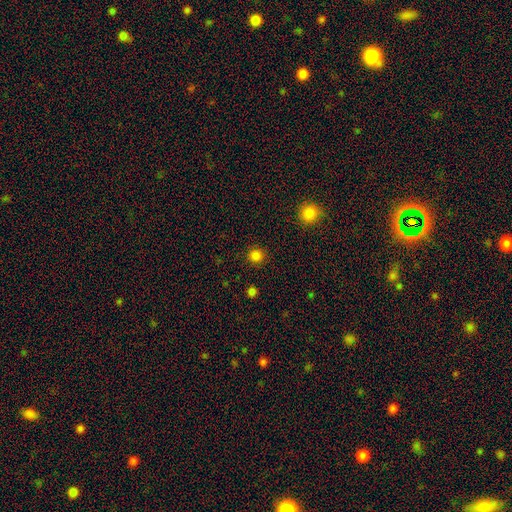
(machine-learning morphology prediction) Q: Smooth or featured?
A: smooth (83%); runner-up: star or artifact (14%)
Q: How rounded?
A: round (93%); runner-up: in between (6%)
Q: Merging?
A: none (91%); runner-up: minor disturbance (5%)